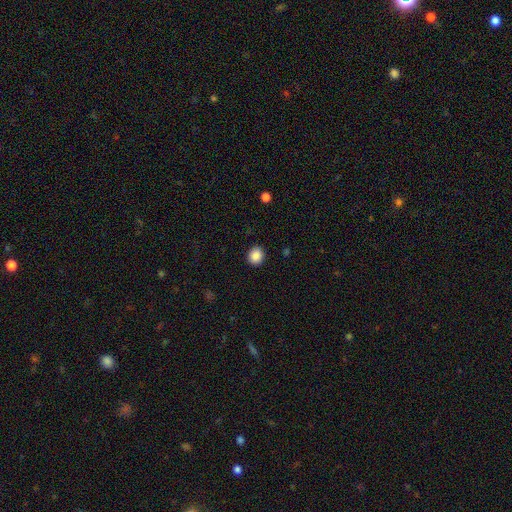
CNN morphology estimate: Smooth or featured? Predicted: smooth (p=0.88). How rounded? Predicted: round (p=0.82). Merging? Predicted: none (p=0.91).